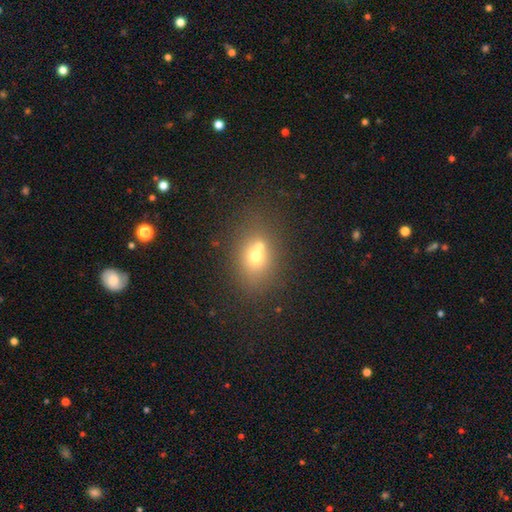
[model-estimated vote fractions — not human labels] A smooth galaxy with no disk features (62%) that is in between round and cigar-shaped (51%). Merging: merger (46%).